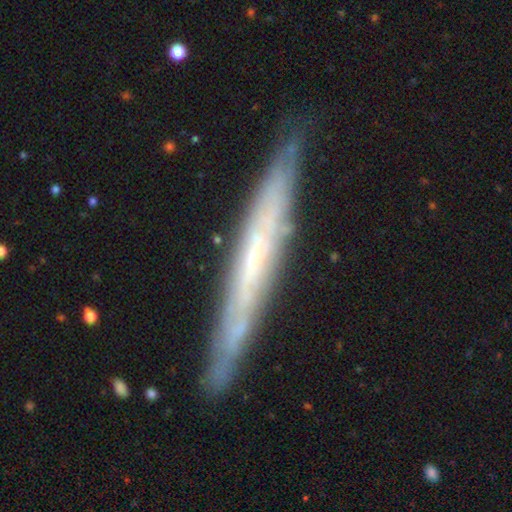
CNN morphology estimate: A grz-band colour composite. It shows a featured or disk galaxy (69%) viewed edge-on (88%) with no central bulge (79%). Merging: none (85%).